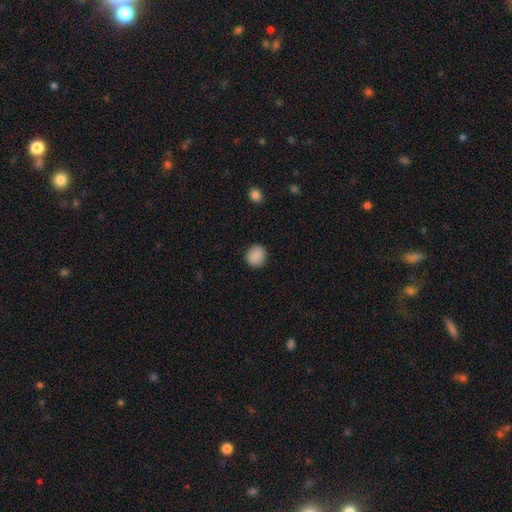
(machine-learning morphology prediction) smooth-or-featured: smooth: 89% | star or artifact: 8% | featured or disk: 3%
  how-rounded: round: 79% | in between: 21% | cigar-shaped: 1%
  merging: none: 89% | minor disturbance: 8% | major disturbance: 2% | merger: 1%